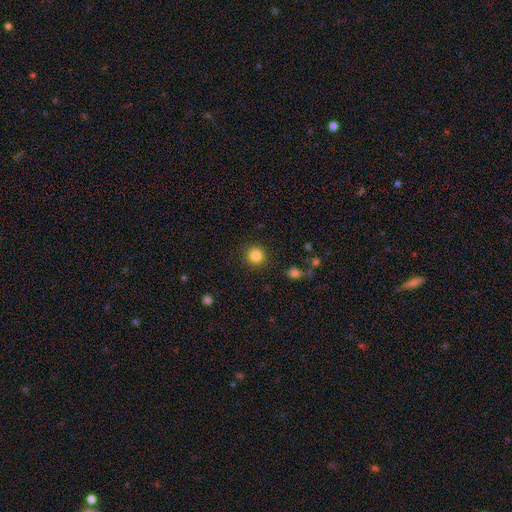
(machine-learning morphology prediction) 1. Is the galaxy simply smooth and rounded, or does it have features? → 84% smooth, 11% star or artifact, 5% featured or disk.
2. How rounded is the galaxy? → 94% round, 5% in between, 1% cigar-shaped.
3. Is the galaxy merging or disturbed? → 91% none, 6% minor disturbance, 2% major disturbance, 1% merger.